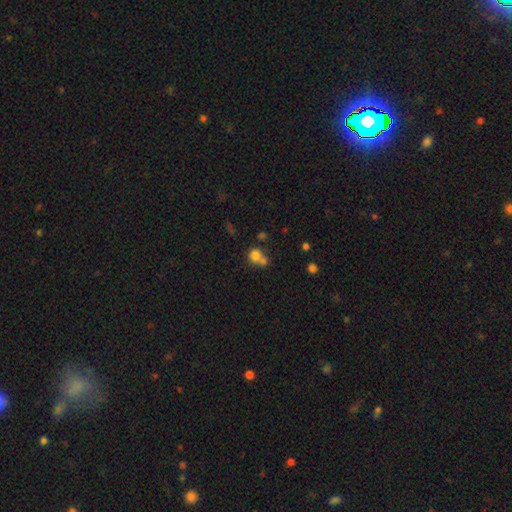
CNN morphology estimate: Smooth or featured? Predicted: smooth (p=0.77). How rounded? Predicted: round (p=0.75). Merging? Predicted: merger (p=0.48).